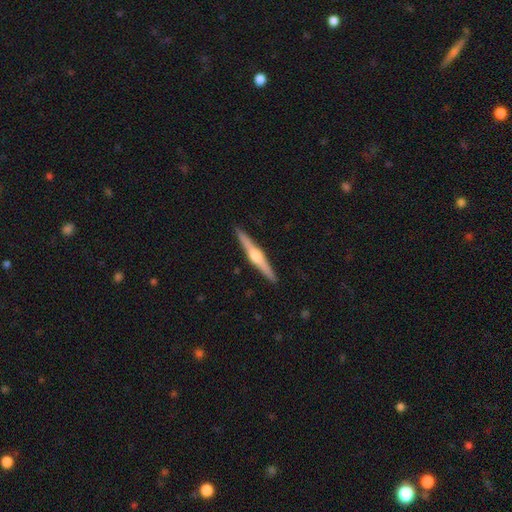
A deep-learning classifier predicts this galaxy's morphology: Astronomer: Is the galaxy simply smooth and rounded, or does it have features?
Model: featured or disk — 77%.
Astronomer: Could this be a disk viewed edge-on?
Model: yes — 98%.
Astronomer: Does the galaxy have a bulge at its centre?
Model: rounded — 92%.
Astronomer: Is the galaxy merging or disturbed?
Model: none — 92%.